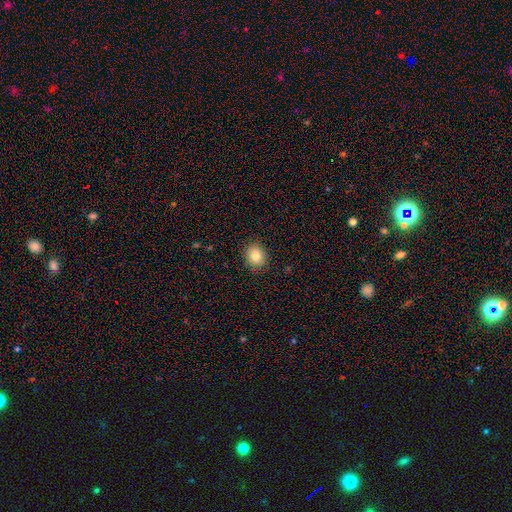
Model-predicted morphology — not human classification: type=smooth (82%); roundness=round (65%); merging=none (90%).